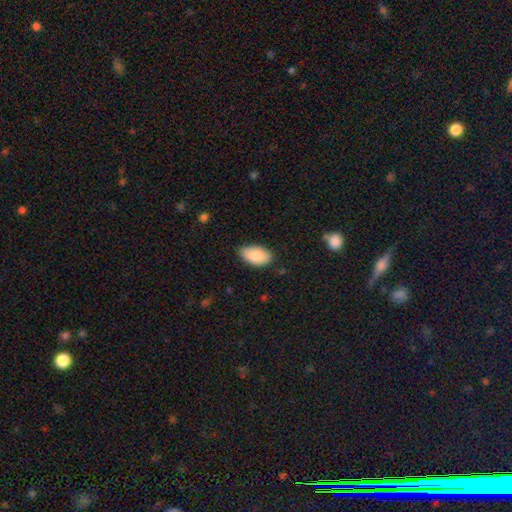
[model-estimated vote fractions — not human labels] Overall: smooth (87%). How rounded: in between (95%). Merging: none (82%).